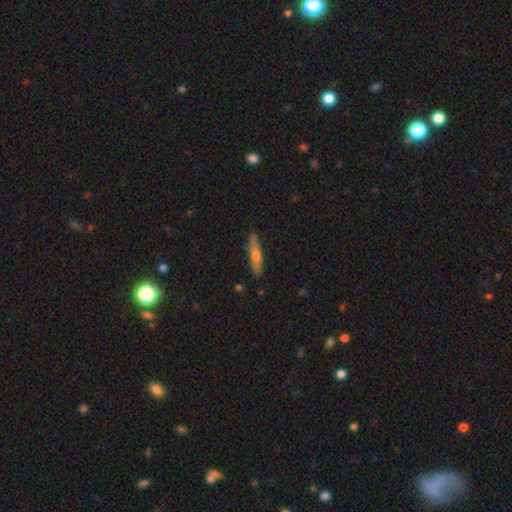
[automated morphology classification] Overall: featured or disk (50%; smooth 43%). Edge-on disk: yes (91%). Merging: none (86%).